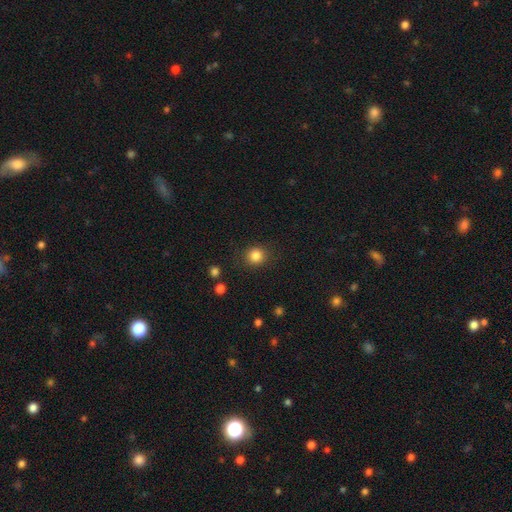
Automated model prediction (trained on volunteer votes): Overall: smooth (84%). How rounded: round (89%). Merging: none (88%).